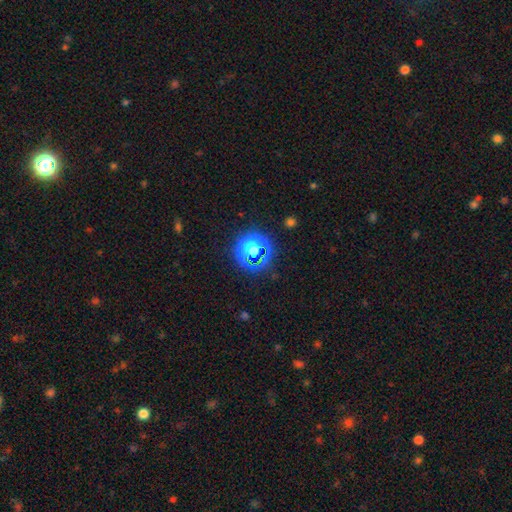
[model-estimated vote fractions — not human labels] This is possibly a star or artifact rather than a galaxy (49%).